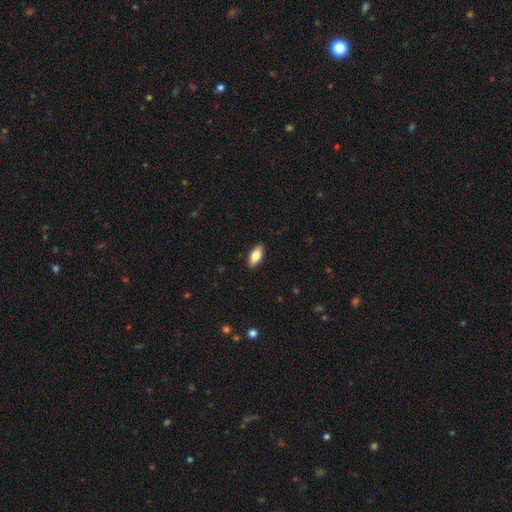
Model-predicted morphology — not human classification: smooth_or_featured: smooth (p=0.76) [alt: featured or disk p=0.18]
how_rounded: in between (p=0.83) [alt: cigar-shaped p=0.14]
merging: none (p=0.89) [alt: minor disturbance p=0.08]